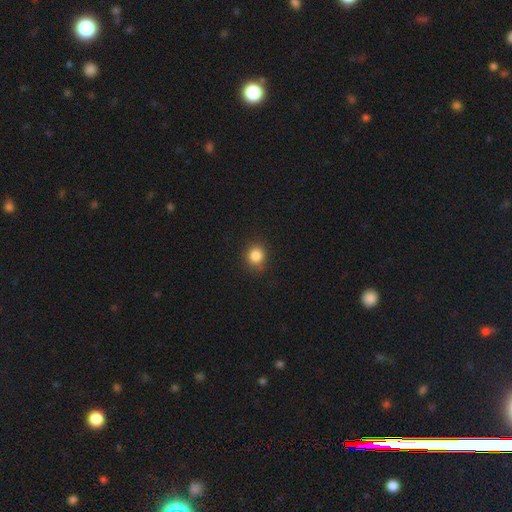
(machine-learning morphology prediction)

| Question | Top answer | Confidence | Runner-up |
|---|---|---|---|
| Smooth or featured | smooth | 85% | star or artifact (11%) |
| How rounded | round | 83% | in between (16%) |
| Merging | none | 87% | minor disturbance (9%) |